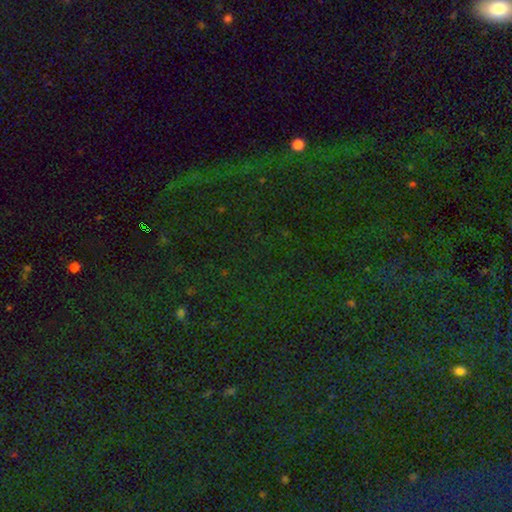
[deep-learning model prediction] A star or artifact, not a galaxy (81%).